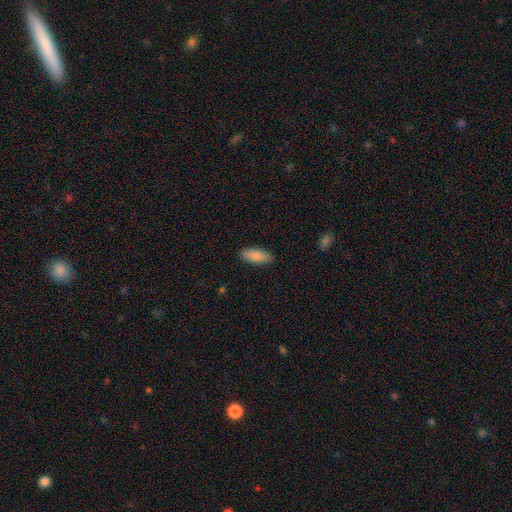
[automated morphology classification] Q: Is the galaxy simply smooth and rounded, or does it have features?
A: smooth — 87%.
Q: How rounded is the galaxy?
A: in between — 77%.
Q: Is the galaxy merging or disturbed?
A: none — 89%.